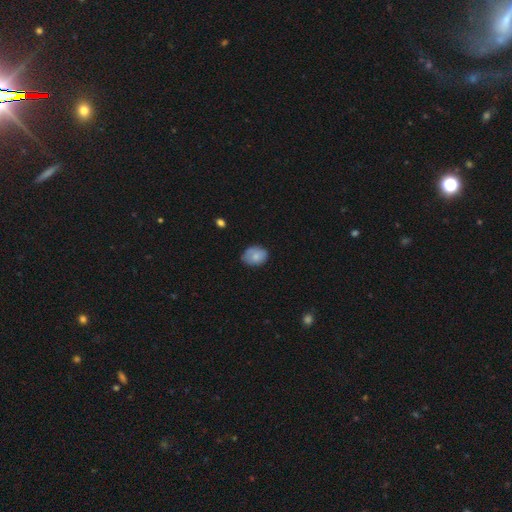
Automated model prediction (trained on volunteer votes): Smooth or featured? smooth (79%)
How rounded? in between (69%)
Merging? none (68%)